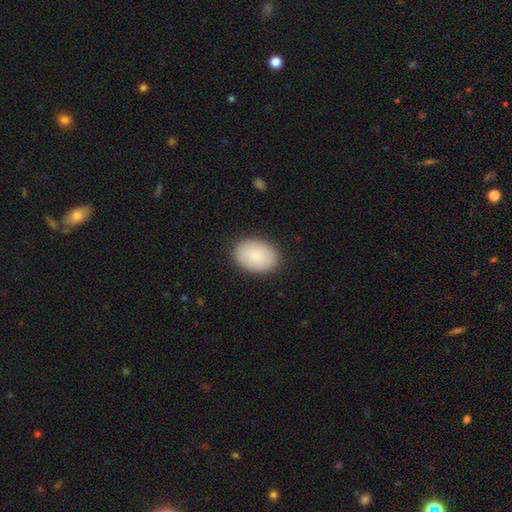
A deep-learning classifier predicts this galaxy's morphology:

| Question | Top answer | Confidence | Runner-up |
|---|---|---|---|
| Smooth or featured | smooth | 88% | star or artifact (6%) |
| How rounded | in between | 85% | round (14%) |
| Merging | none | 88% | minor disturbance (8%) |